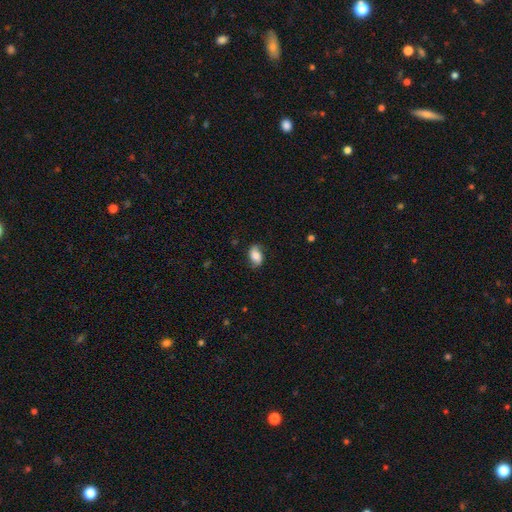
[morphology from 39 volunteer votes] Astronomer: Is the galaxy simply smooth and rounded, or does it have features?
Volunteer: smooth — 59% (runner-up: featured or disk, 38%).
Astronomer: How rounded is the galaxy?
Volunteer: in between — 61%.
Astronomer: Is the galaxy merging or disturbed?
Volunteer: none — 66%.